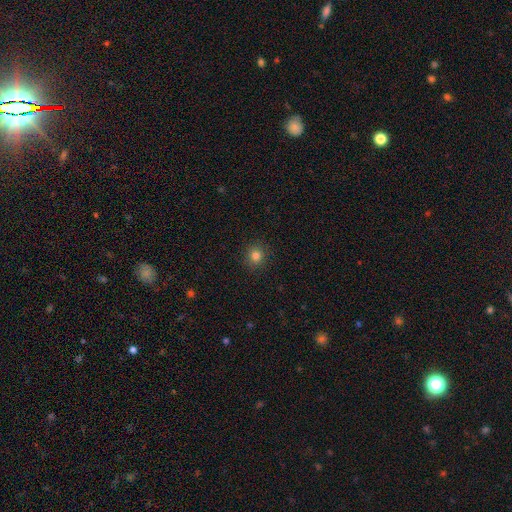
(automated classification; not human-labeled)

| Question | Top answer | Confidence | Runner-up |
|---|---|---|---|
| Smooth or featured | smooth | 81% | star or artifact (13%) |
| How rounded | round | 90% | in between (9%) |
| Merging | none | 91% | minor disturbance (6%) |